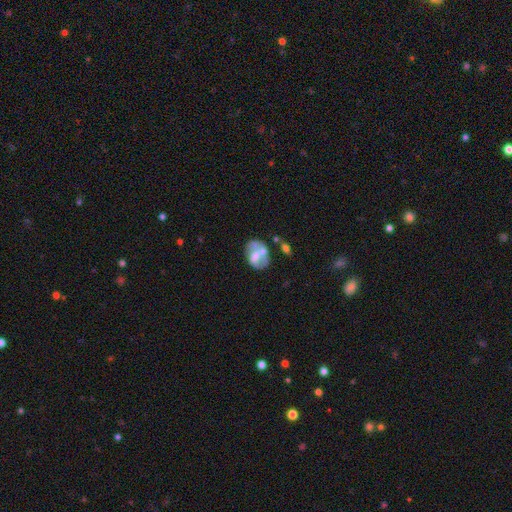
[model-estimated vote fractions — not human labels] The model was most divided on "smooth or featured": featured or disk: 49%, smooth: 42%, star or artifact: 9%. Remaining: merging — none (36%).